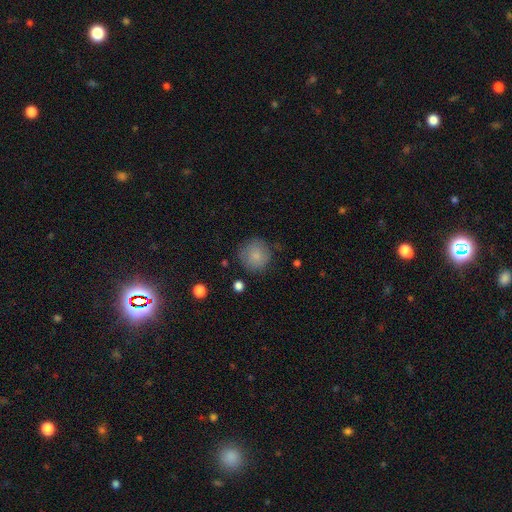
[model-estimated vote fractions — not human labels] A smooth galaxy with no disk features (84%) that is round (93%).

Vote fractions:
- Smooth or featured? smooth: 84% / star or artifact: 8% / featured or disk: 8%
- How rounded? round: 93% / in between: 6% / cigar-shaped: 1%
- Merging? none: 79% / minor disturbance: 15% / major disturbance: 4% / merger: 2%